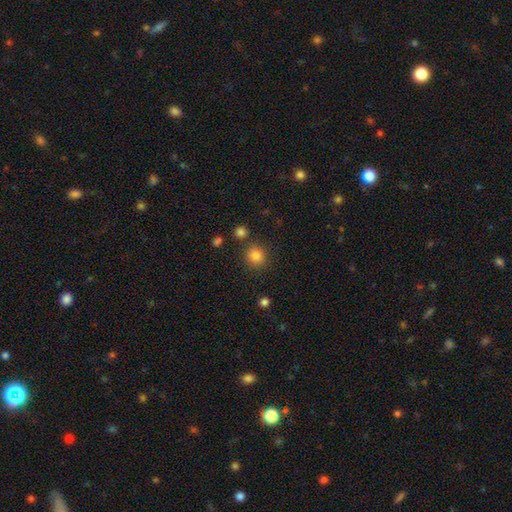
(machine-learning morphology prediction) This is clearly a smooth galaxy (84%). How rounded: clearly round (89%). Merging: clearly none (84%).